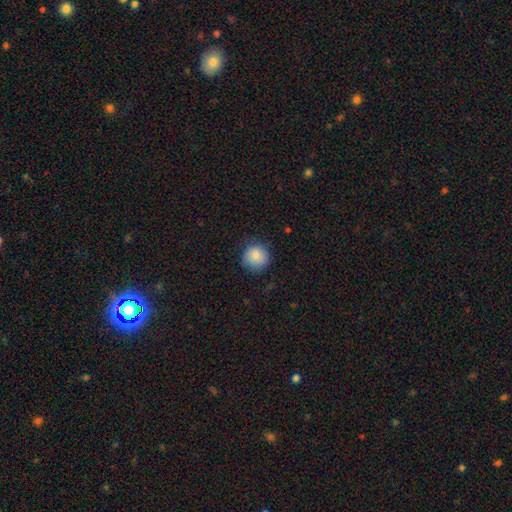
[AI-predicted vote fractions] Smooth or featured? Predicted: smooth (p=0.87). How rounded? Predicted: round (p=0.92). Merging? Predicted: none (p=0.81).